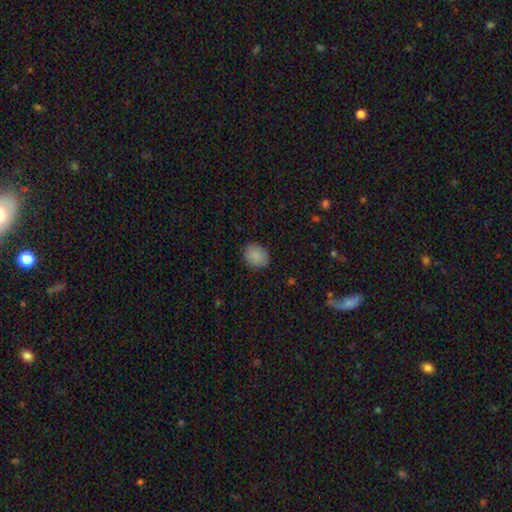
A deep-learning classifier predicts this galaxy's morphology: Smooth or featured? Predicted: smooth (p=0.88). How rounded? Predicted: round (p=0.55). Merging? Predicted: none (p=0.85).